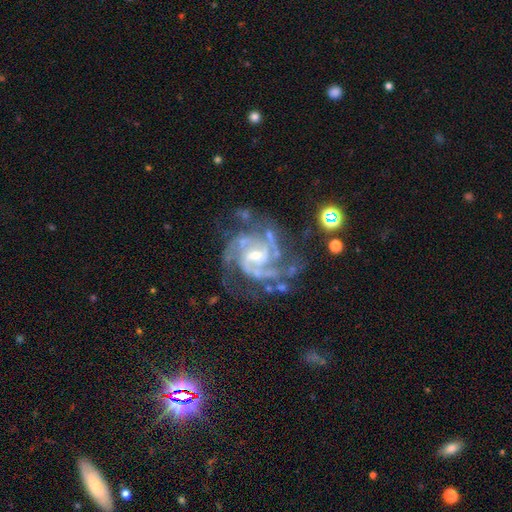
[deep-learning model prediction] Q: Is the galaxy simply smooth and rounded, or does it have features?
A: featured or disk — 91%.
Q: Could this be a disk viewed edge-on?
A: no — 98%.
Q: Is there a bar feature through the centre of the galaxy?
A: no — 47%.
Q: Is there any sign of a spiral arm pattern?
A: yes — 98%.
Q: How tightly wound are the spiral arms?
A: tight — 52%.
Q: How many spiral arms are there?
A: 3 — 36%.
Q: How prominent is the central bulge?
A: small — 56%.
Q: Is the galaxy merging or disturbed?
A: none — 63%.